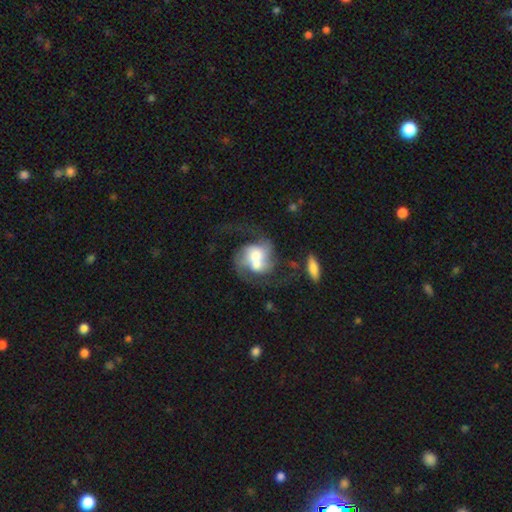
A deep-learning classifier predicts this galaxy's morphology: A featured or disk galaxy (66%) with no bar (65%), spiral arms (78%) and a moderate central bulge (43%). Merging: merger (46%).